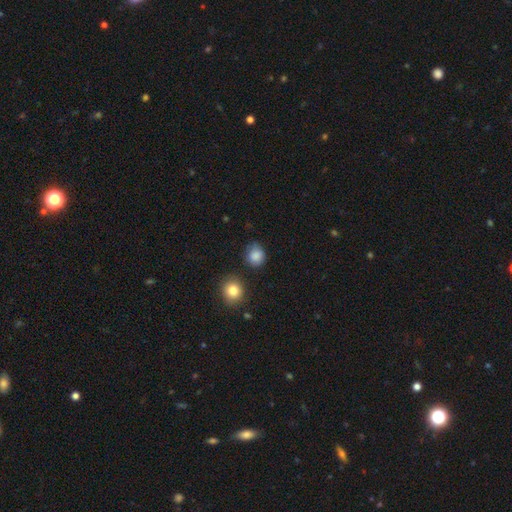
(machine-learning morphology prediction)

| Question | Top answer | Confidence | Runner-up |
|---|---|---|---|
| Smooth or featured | smooth | 86% | star or artifact (9%) |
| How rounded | round | 83% | in between (16%) |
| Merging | none | 75% | minor disturbance (17%) |